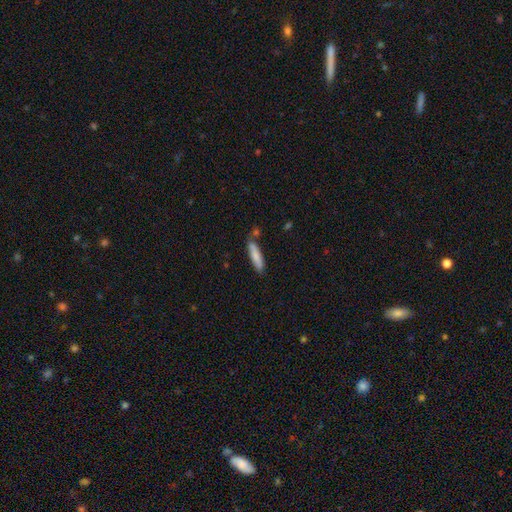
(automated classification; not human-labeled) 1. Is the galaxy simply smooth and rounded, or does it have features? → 81% smooth, 13% featured or disk, 6% star or artifact.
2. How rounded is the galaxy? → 77% cigar-shaped, 22% in between, 1% round.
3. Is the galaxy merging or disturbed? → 76% none, 14% minor disturbance, 7% merger, 3% major disturbance.